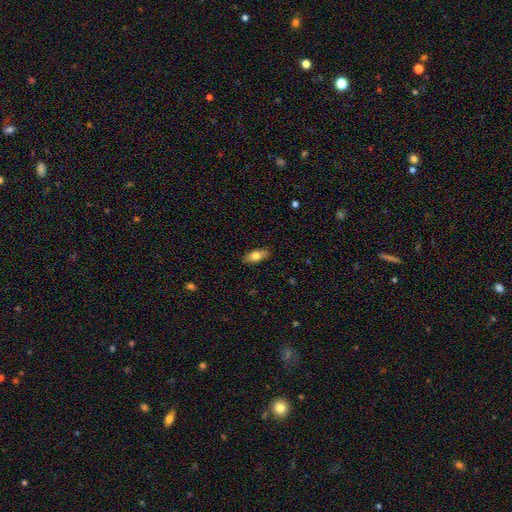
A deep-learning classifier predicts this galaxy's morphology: smooth 71%, featured or disk 22%, star or artifact 7%. Down the decision tree: how rounded — in between (81%); merging — none (87%).